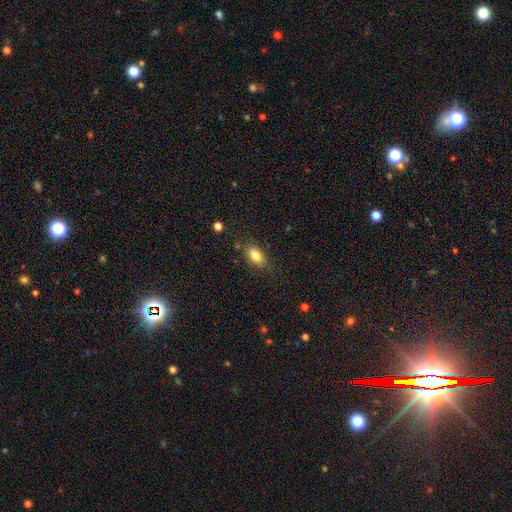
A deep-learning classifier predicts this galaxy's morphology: smooth-or-featured: smooth: 81% | featured or disk: 10% | star or artifact: 9%
  how-rounded: in between: 87% | round: 7% | cigar-shaped: 6%
  merging: none: 73% | minor disturbance: 17% | merger: 5% | major disturbance: 5%